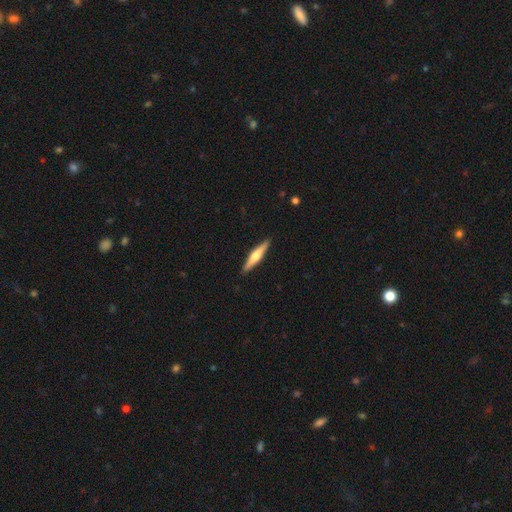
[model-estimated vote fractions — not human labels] A featured or disk galaxy (52%) viewed edge-on (97%). Merging: none (91%).